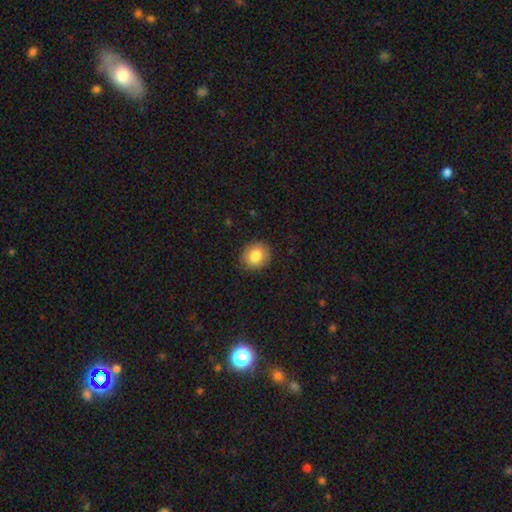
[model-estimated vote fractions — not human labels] Smooth or featured? smooth (83%)
How rounded? round (76%)
Merging? none (88%)